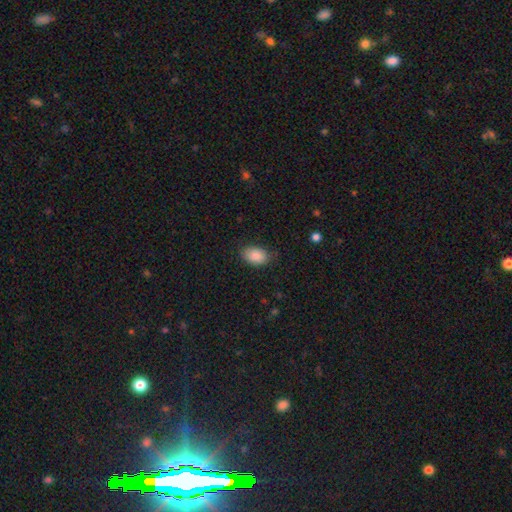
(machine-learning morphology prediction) Smooth or featured: smooth — 86% (star or artifact — 8%)
How rounded: in between — 89% (round — 10%)
Merging: none — 83% (minor disturbance — 13%)